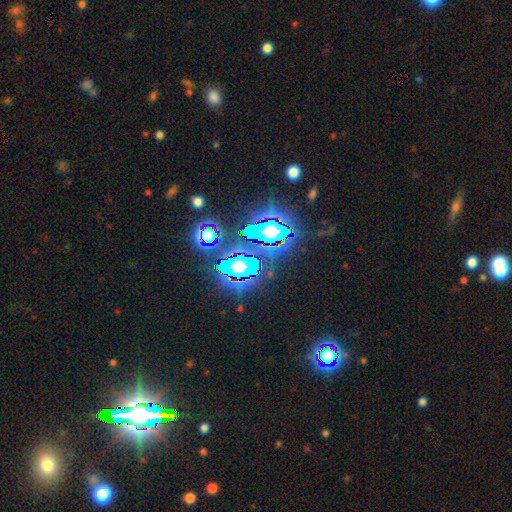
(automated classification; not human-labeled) Smooth or featured? Predicted: star or artifact (p=0.83).